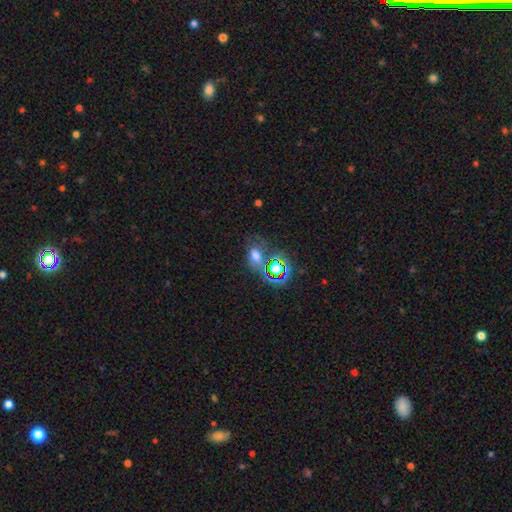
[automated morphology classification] smooth 53%, star or artifact 33%, featured or disk 14%. Down the decision tree: how rounded — in between (69%); merging — none (53%).